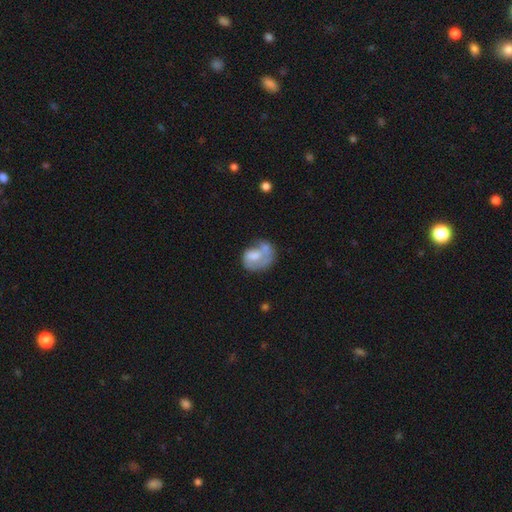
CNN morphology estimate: This is possibly a featured or disk galaxy (48%). Merging: marginally none (32%).